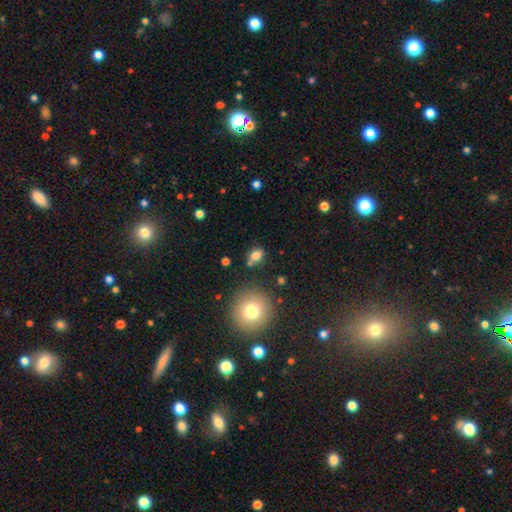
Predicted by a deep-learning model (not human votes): Q: Smooth or featured?
A: smooth (78%); runner-up: star or artifact (14%)
Q: How rounded?
A: in between (52%); runner-up: round (47%)
Q: Merging?
A: none (68%); runner-up: minor disturbance (16%)